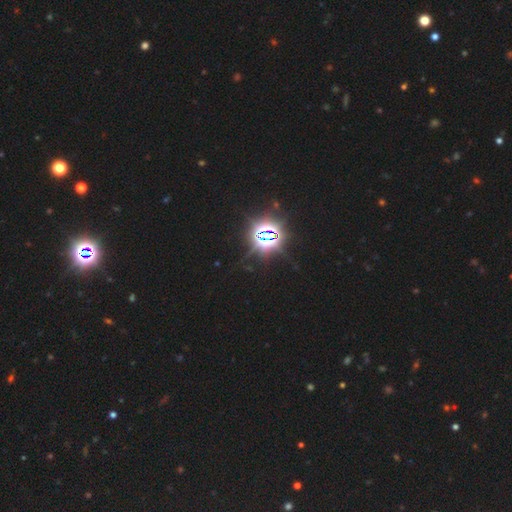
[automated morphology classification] This is clearly a star or artifact rather than a galaxy (82%).